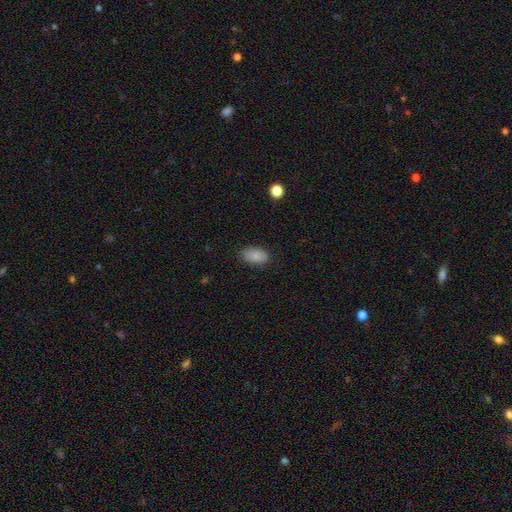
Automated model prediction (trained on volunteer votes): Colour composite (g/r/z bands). It shows a smooth galaxy with no disk features (86%) that is in between round and cigar-shaped (92%). Merging: none (81%).